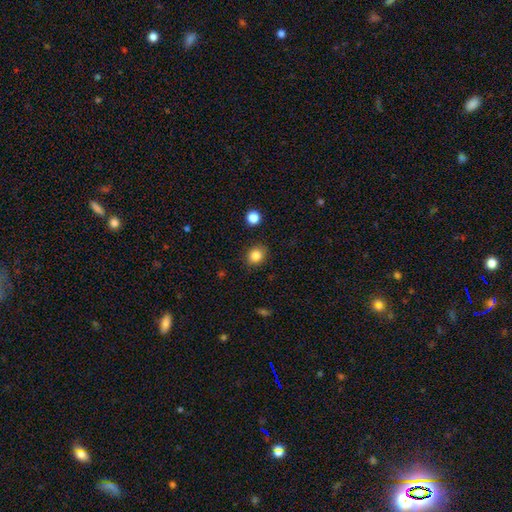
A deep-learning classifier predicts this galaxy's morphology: Smooth or featured: smooth — 84% (star or artifact — 11%)
How rounded: round — 70% (in between — 29%)
Merging: none — 87% (minor disturbance — 9%)